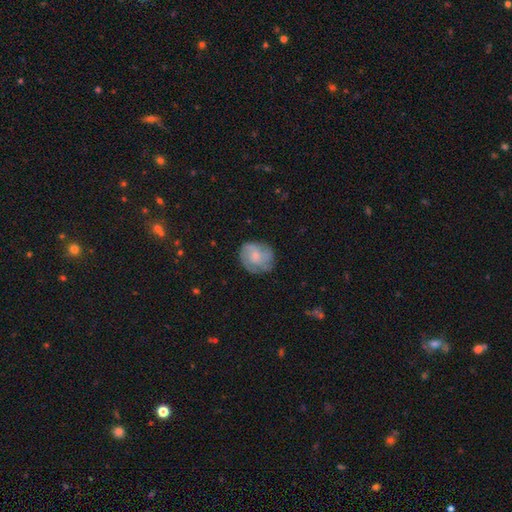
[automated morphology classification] A featured or disk galaxy (49%).

Vote fractions:
- Smooth or featured? featured or disk: 49% / smooth: 43% / star or artifact: 7%
- Merging? none: 70% / minor disturbance: 21% / major disturbance: 8% / merger: 1%